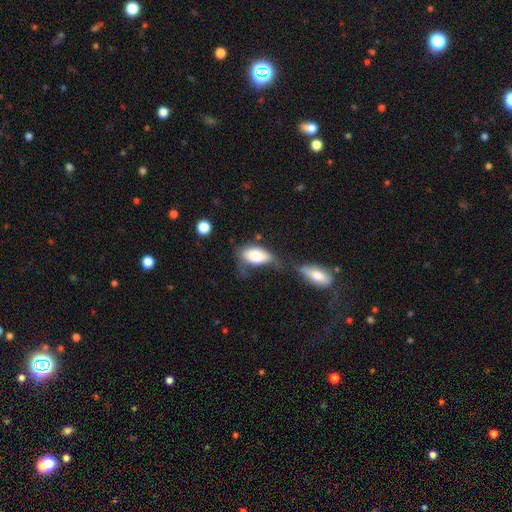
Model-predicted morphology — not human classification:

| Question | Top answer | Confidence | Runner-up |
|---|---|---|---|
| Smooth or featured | smooth | 76% | featured or disk (17%) |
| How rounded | in between | 92% | round (4%) |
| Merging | minor disturbance | 27% | none (26%) |